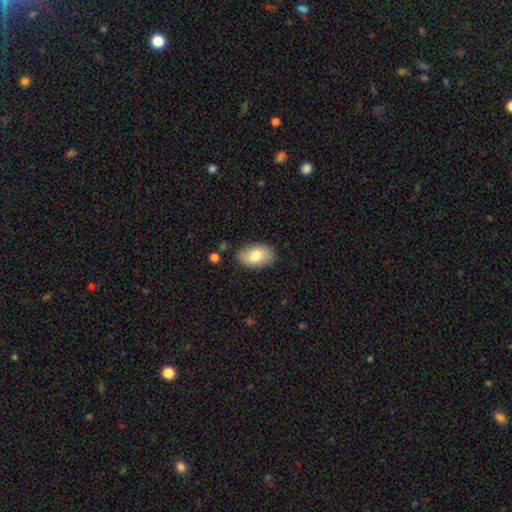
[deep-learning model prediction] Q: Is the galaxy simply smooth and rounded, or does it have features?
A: smooth — 77%.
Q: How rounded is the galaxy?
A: in between — 92%.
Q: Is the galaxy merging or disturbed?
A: none — 83%.